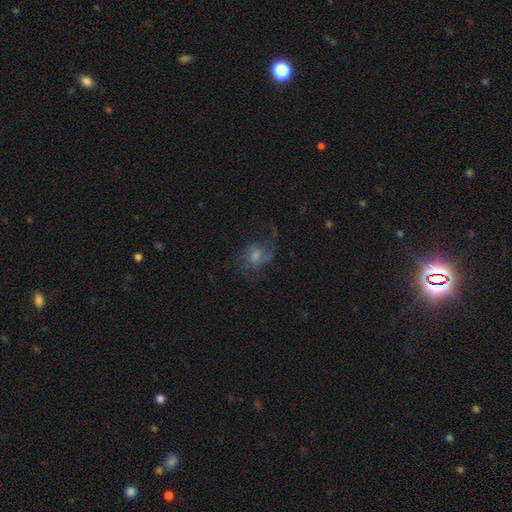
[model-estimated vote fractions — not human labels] featured or disk 62%, smooth 27%, star or artifact 11%. Down the decision tree: edge-on disk — no (97%); bar — no (58%); spiral arms — yes (85%); spiral arm count — 2 (53%); spiral winding — loose (47%); bulge size — moderate (43%); merging — none (50%).